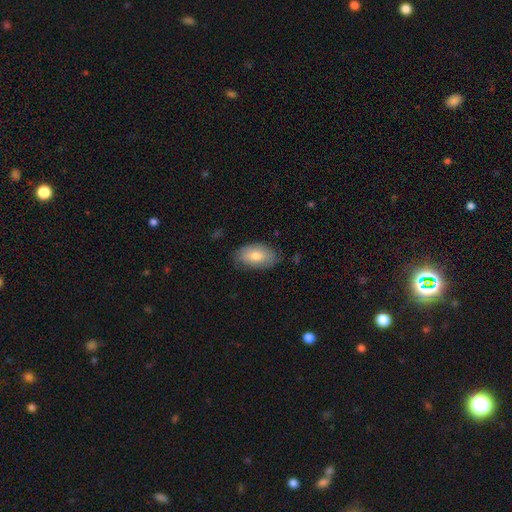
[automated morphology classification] This is likely a smooth galaxy (73%). How rounded: clearly in between (93%). Merging: likely none (75%).